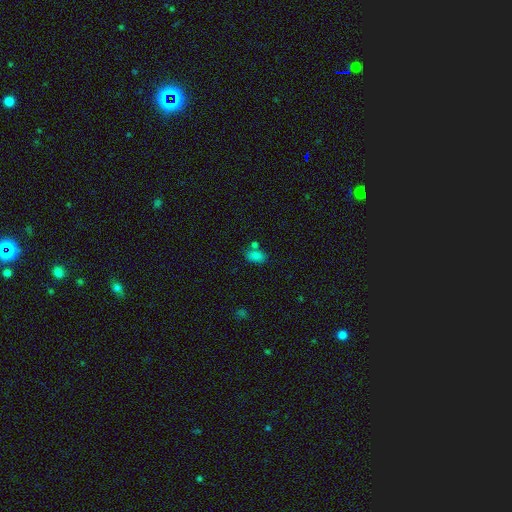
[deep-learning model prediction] This is clearly a smooth galaxy (81%). How rounded: clearly in between (88%). Merging: possibly none (59%).